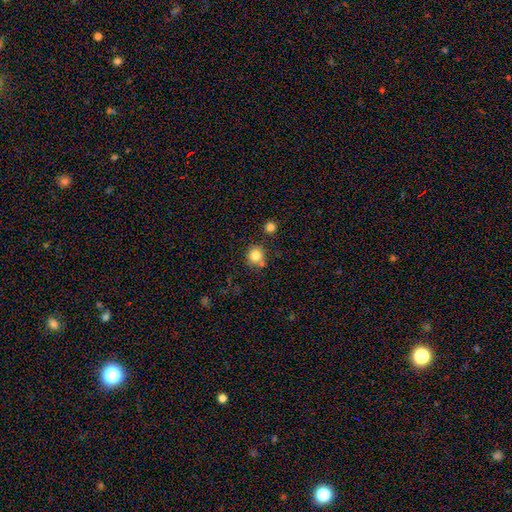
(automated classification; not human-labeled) This is clearly a smooth galaxy (82%). How rounded: clearly round (89%). Merging: likely none (75%).